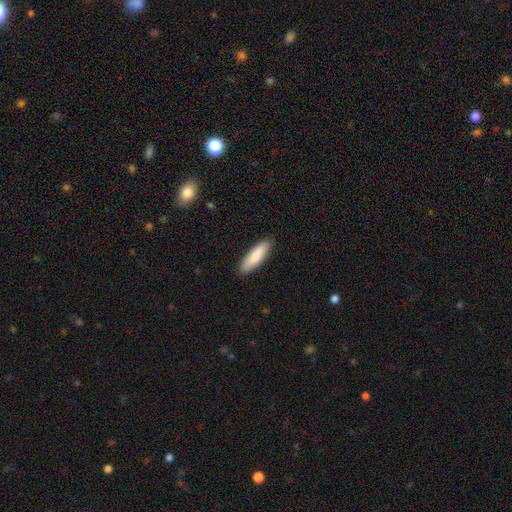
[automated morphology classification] type=smooth (86%); roundness=cigar-shaped (58%); merging=none (88%).